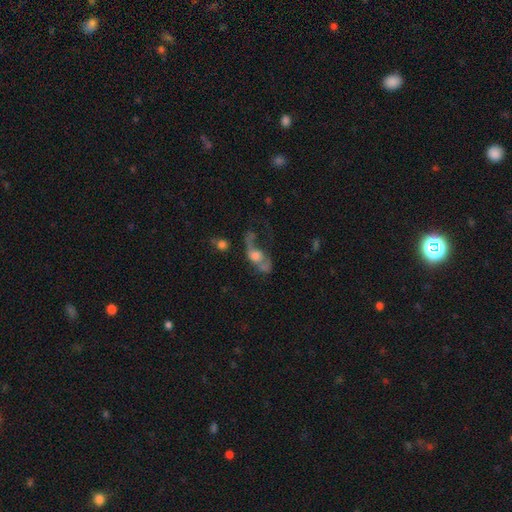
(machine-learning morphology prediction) featured or disk 55%, smooth 30%, star or artifact 15%. Down the decision tree: edge-on disk — no (80%); merging — major disturbance (46%).